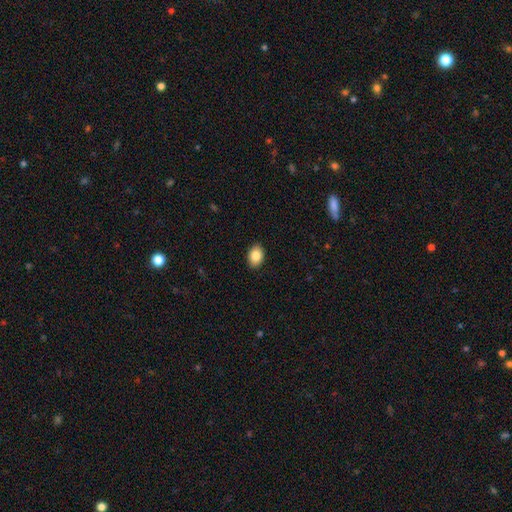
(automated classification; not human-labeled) Overall: smooth (86%). How rounded: in between (80%). Merging: none (90%).